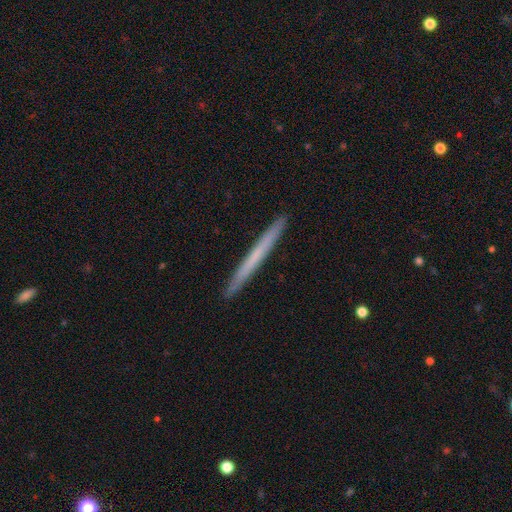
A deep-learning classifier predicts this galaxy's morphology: Smooth or featured: smooth — 53% (featured or disk — 41%)
How rounded: cigar-shaped — 98% (in between — 1%)
Merging: none — 92% (minor disturbance — 5%)